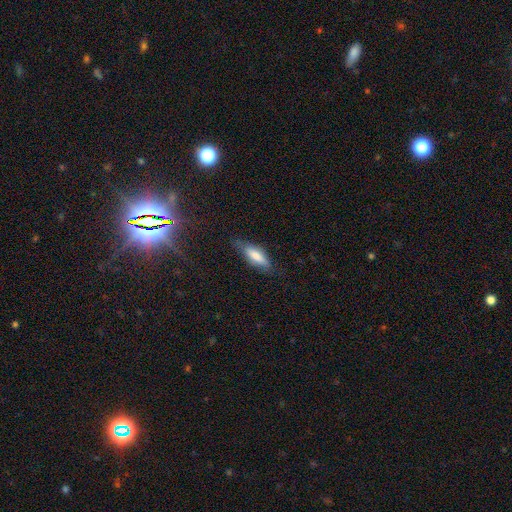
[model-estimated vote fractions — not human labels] Smooth or featured? smooth (72%)
How rounded? in between (53%)
Merging? none (72%)